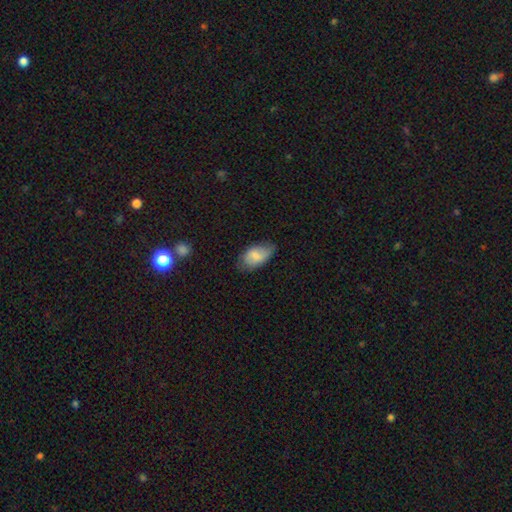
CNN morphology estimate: smooth 71%, featured or disk 22%, star or artifact 7%. Down the decision tree: how rounded — in between (93%); merging — none (59%).